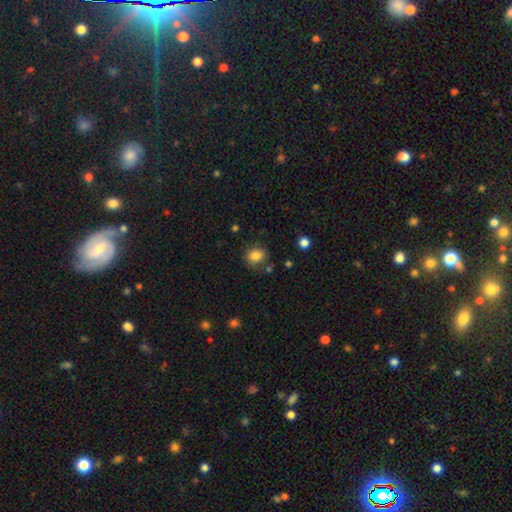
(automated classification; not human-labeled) Smooth or featured? smooth (83%)
How rounded? round (63%)
Merging? none (80%)